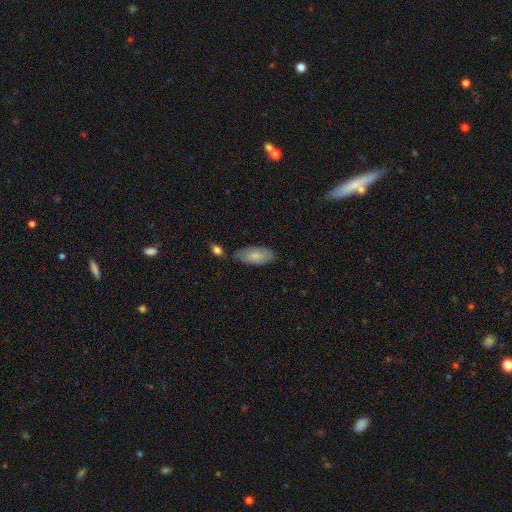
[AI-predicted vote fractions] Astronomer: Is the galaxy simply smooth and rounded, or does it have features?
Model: smooth — 78%.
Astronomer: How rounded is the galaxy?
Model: in between — 90%.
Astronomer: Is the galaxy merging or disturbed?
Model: none — 71%.